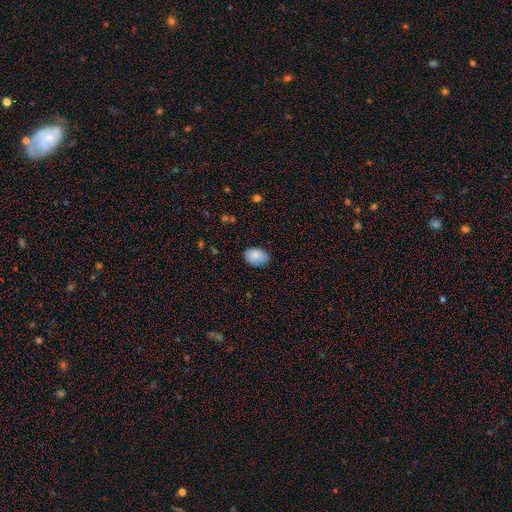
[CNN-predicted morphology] This is clearly a smooth galaxy (88%). How rounded: clearly in between (82%). Merging: likely none (80%).